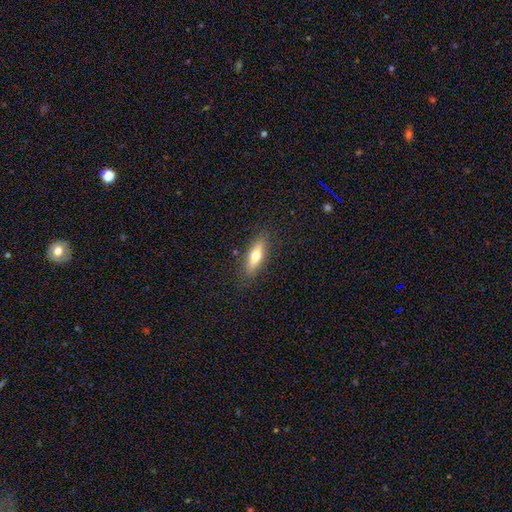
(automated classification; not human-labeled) This is likely a smooth galaxy (64%). How rounded: possibly in between (53%). Merging: clearly none (85%).